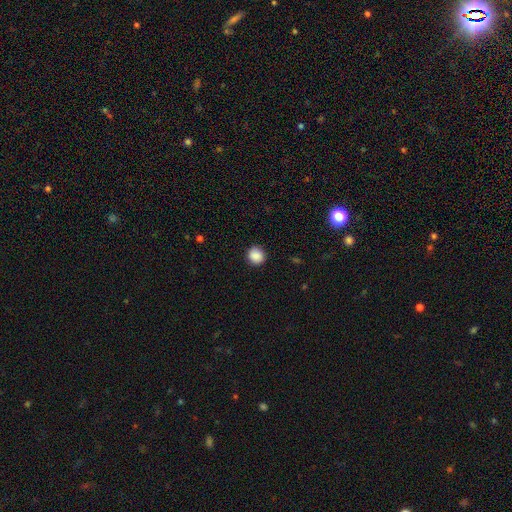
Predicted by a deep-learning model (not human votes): This appears to be a smooth galaxy with no disk features (88%) that is round (90%). Merging: none (88%).